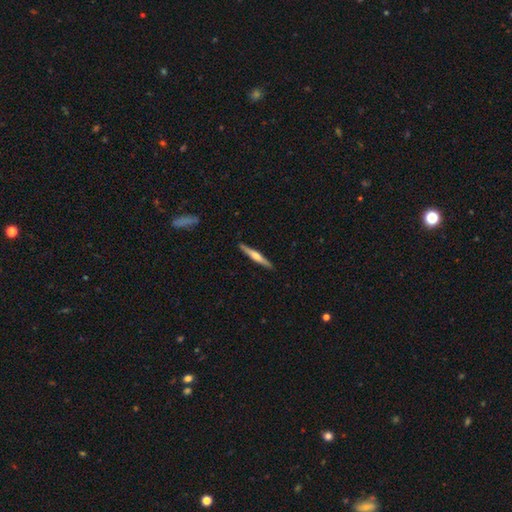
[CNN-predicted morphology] featured or disk 56%, smooth 39%, star or artifact 5%. Down the decision tree: edge-on disk — yes (97%); edge-on bulge — rounded (76%); merging — none (91%).